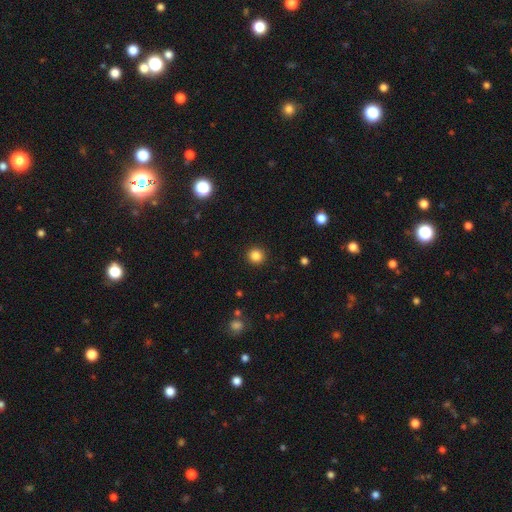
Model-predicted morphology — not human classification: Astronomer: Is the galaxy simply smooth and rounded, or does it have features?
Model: smooth — 85%.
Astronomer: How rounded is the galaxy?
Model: round — 94%.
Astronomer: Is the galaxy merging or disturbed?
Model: none — 92%.